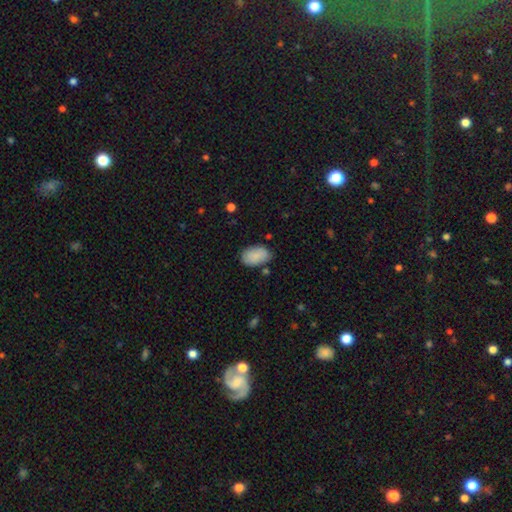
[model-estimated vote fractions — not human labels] A smooth galaxy with no disk features (86%) that is in between round and cigar-shaped (92%).

Vote fractions:
- Smooth or featured? smooth: 86% / featured or disk: 7% / star or artifact: 6%
- How rounded? in between: 92% / round: 6% / cigar-shaped: 1%
- Merging? none: 76% / minor disturbance: 17% / merger: 4% / major disturbance: 4%